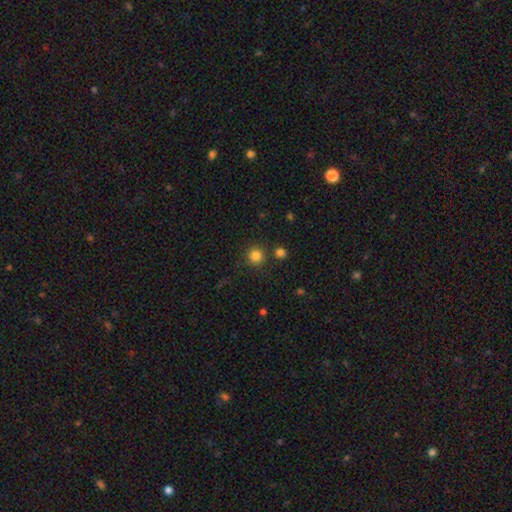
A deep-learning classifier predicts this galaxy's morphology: This is clearly a smooth galaxy (83%). How rounded: clearly round (94%). Merging: clearly none (85%).